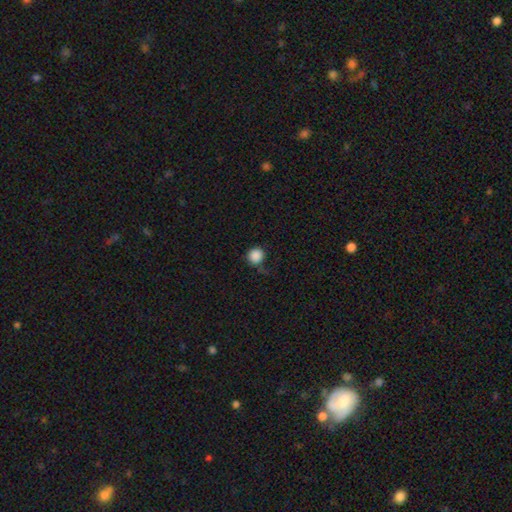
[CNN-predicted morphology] Q: Smooth or featured?
A: smooth (87%); runner-up: star or artifact (9%)
Q: How rounded?
A: round (93%); runner-up: in between (6%)
Q: Merging?
A: none (70%); runner-up: minor disturbance (20%)